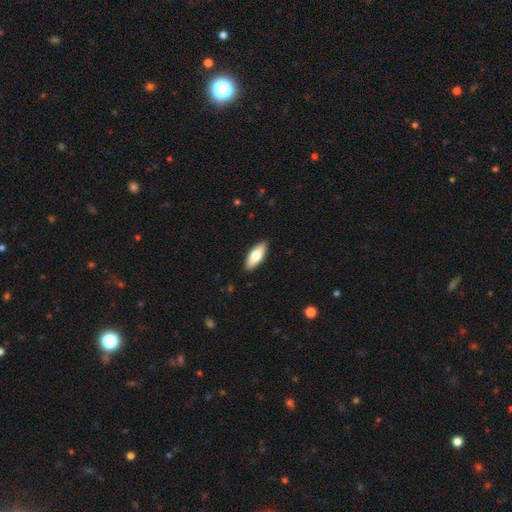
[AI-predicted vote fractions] smooth 73%, featured or disk 22%, star or artifact 6%. Down the decision tree: how rounded — in between (76%); merging — none (89%).